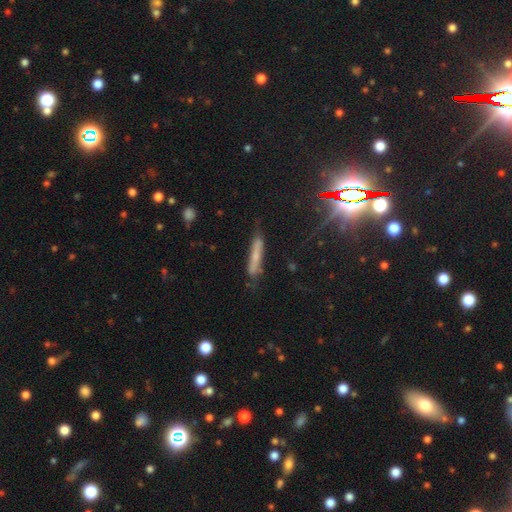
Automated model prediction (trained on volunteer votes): This appears to be a smooth galaxy with no disk features (52%) that is cigar-shaped (91%). Merging: none (64%).